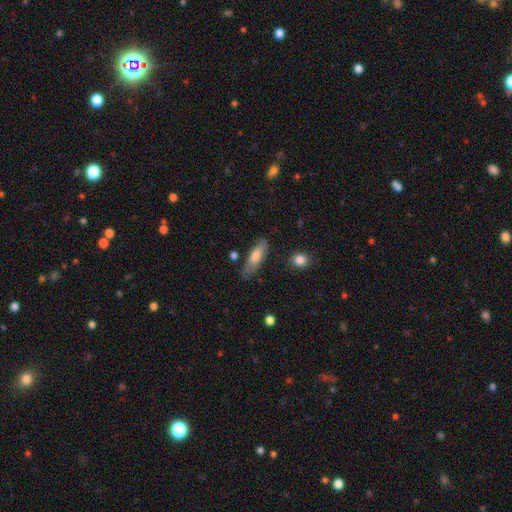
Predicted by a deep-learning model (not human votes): Overall: smooth (68%). How rounded: in between (53%; cigar-shaped 45%). Merging: none (73%).